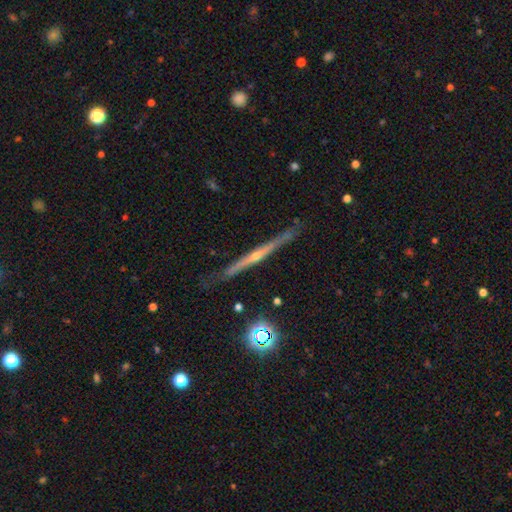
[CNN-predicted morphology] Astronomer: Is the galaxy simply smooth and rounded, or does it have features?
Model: featured or disk — 81%.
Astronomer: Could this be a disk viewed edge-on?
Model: yes — 98%.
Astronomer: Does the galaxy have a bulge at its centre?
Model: rounded — 75%.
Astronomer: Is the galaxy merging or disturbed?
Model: none — 87%.